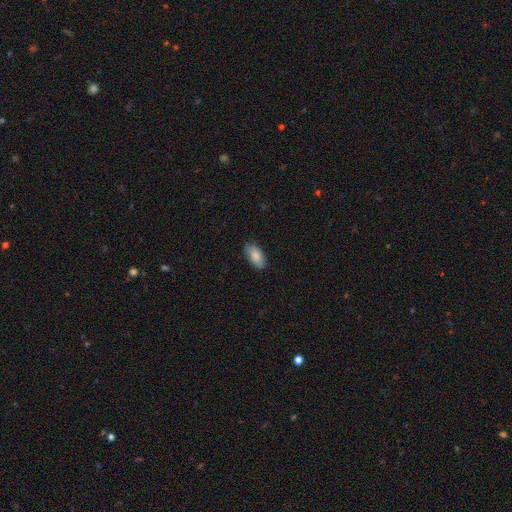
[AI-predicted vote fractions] The model was most divided on "merging": none: 84%, minor disturbance: 13%, major disturbance: 2%, merger: 1%. More confident: how rounded — in between (92%); smooth or featured — smooth (84%).